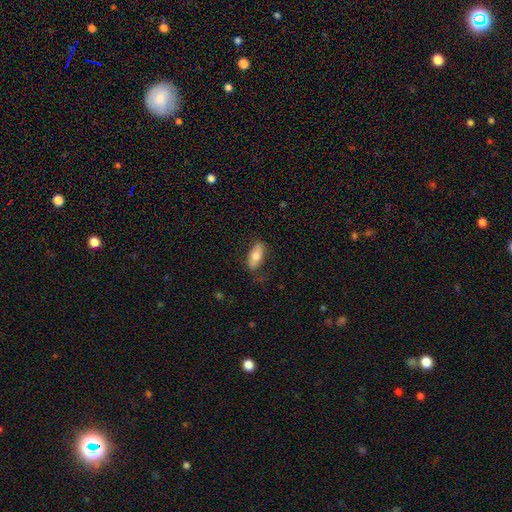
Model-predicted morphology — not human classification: Q: Smooth or featured?
A: smooth (75%); runner-up: featured or disk (19%)
Q: How rounded?
A: in between (79%); runner-up: cigar-shaped (18%)
Q: Merging?
A: none (77%); runner-up: minor disturbance (16%)